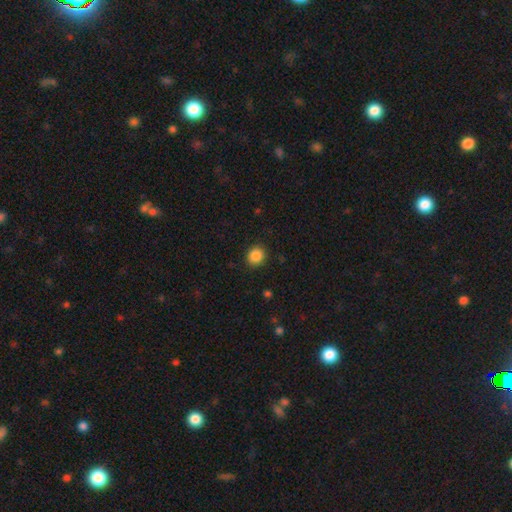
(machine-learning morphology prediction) smooth 87%, star or artifact 10%, featured or disk 3%. Down the decision tree: how rounded — round (84%); merging — none (90%).